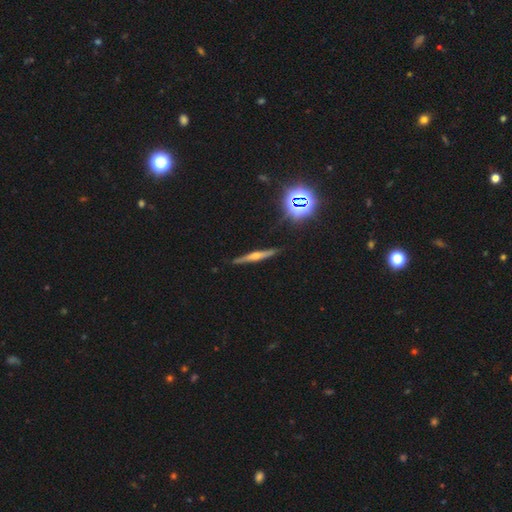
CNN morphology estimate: A featured or disk galaxy (65%) viewed edge-on (97%) with a rounded central bulge (86%). Merging: none (89%).